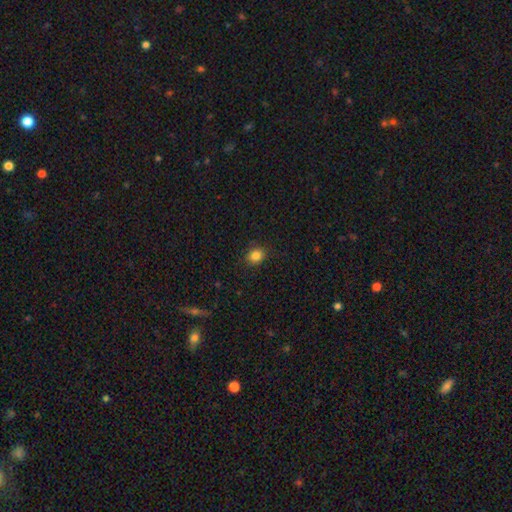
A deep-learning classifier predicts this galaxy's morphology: Smooth or featured: smooth — 85% (star or artifact — 11%)
How rounded: round — 67% (in between — 32%)
Merging: none — 88% (minor disturbance — 8%)